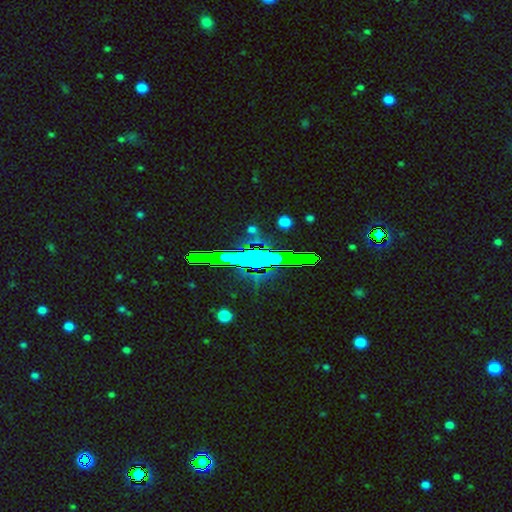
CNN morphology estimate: Smooth or featured: star or artifact — 70% (smooth — 17%)